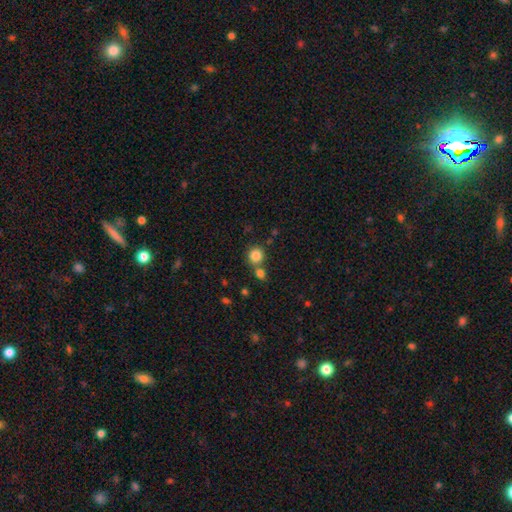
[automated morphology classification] smooth-or-featured: smooth: 84% | star or artifact: 11% | featured or disk: 5%
  how-rounded: round: 90% | in between: 10% | cigar-shaped: 1%
  merging: none: 64% | merger: 26% | minor disturbance: 7% | major disturbance: 3%